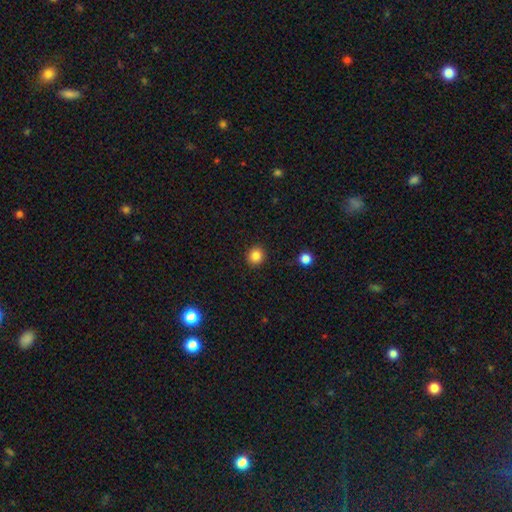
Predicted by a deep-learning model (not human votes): smooth-or-featured: smooth: 85% | star or artifact: 11% | featured or disk: 5%
  how-rounded: round: 88% | in between: 11% | cigar-shaped: 1%
  merging: none: 91% | minor disturbance: 6% | major disturbance: 2% | merger: 1%